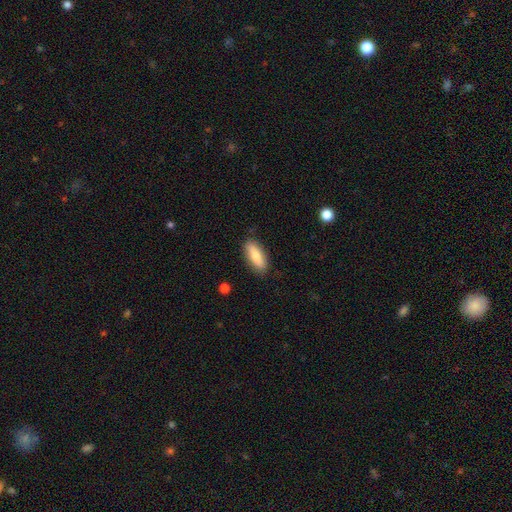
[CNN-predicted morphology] Smooth or featured?
  - smooth: 77% *
  - featured or disk: 17%
  - star or artifact: 6%
How rounded?
  - in between: 64% *
  - cigar-shaped: 33%
  - round: 2%
Merging?
  - none: 86% *
  - minor disturbance: 10%
  - major disturbance: 2%
  - merger: 1%